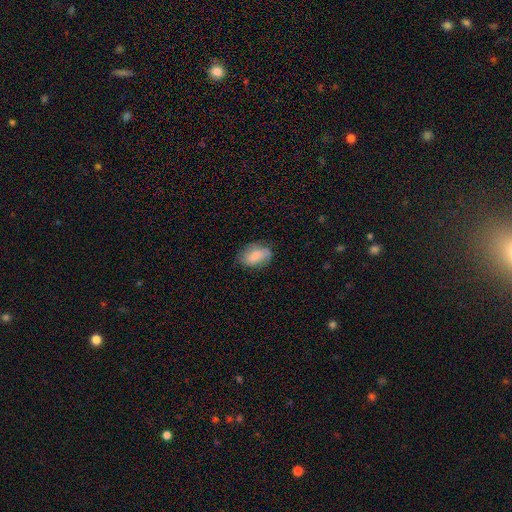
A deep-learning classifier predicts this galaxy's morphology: This is likely a smooth galaxy (67%). How rounded: clearly in between (87%). Merging: likely none (68%).